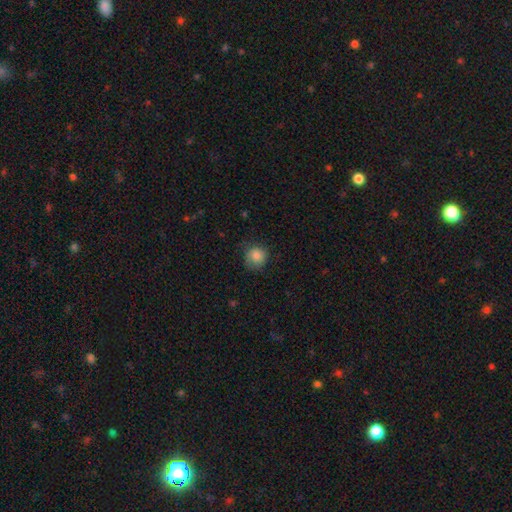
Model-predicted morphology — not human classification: Q: Smooth or featured?
A: smooth (85%); runner-up: star or artifact (9%)
Q: How rounded?
A: round (87%); runner-up: in between (12%)
Q: Merging?
A: none (73%); runner-up: minor disturbance (21%)